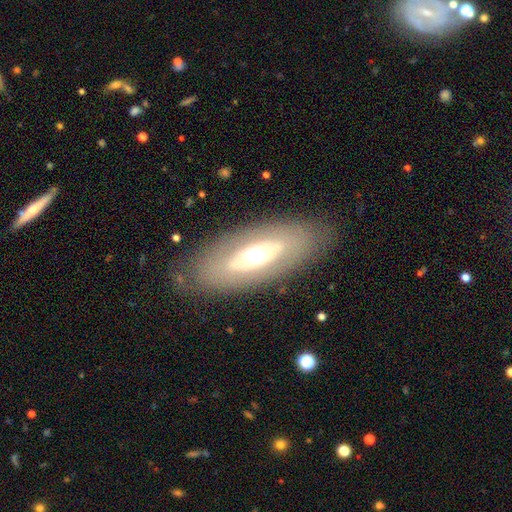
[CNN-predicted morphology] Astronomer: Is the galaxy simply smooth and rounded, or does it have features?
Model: featured or disk — 52% (runner-up: smooth, 40%).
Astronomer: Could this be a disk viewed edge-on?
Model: no — 76%.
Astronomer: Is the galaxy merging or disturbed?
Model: none — 81%.